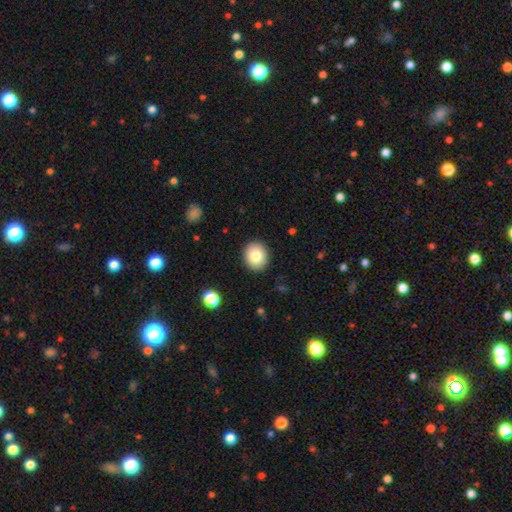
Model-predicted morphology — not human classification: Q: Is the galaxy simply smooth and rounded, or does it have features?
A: smooth — 82%.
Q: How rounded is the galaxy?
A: round — 73%.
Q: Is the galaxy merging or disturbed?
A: none — 90%.